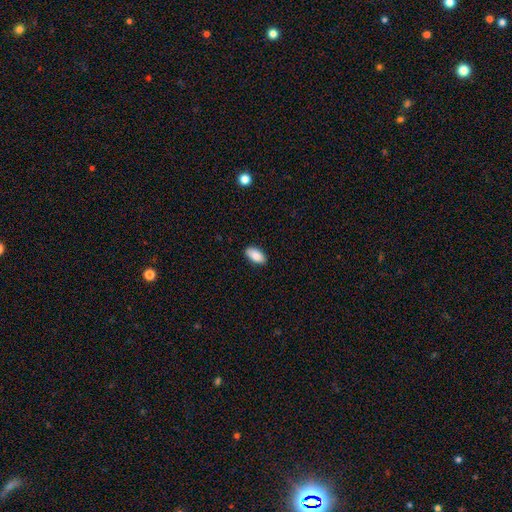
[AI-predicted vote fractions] This is clearly a smooth galaxy (87%). How rounded: clearly in between (94%). Merging: clearly none (88%).